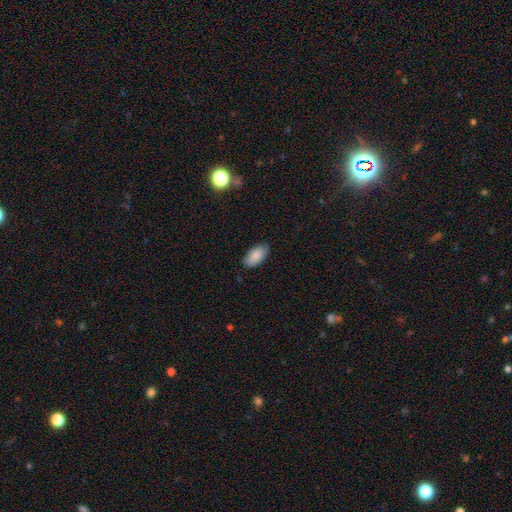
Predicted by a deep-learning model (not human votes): Overall: smooth (88%). How rounded: in between (94%). Merging: none (85%).